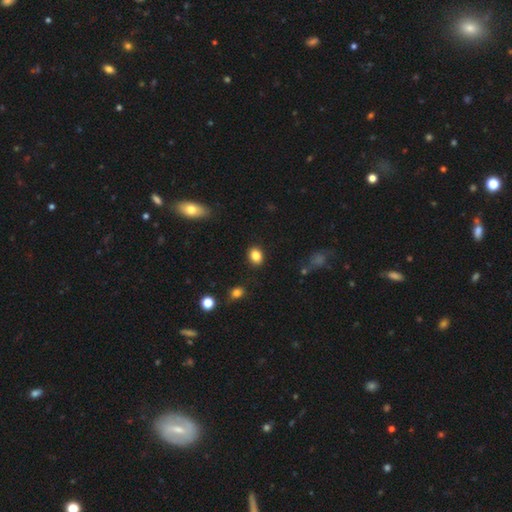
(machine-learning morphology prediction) Smooth or featured?
  - smooth: 85% *
  - star or artifact: 9%
  - featured or disk: 6%
How rounded?
  - in between: 60% *
  - round: 39%
  - cigar-shaped: 1%
Merging?
  - none: 88% *
  - minor disturbance: 8%
  - major disturbance: 2%
  - merger: 1%